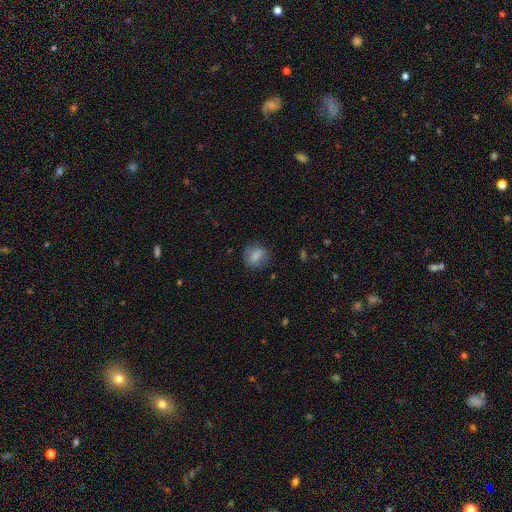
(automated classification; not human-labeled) This appears to be a smooth galaxy with no disk features (77%) that is in between round and cigar-shaped (48%). Merging: none (76%).